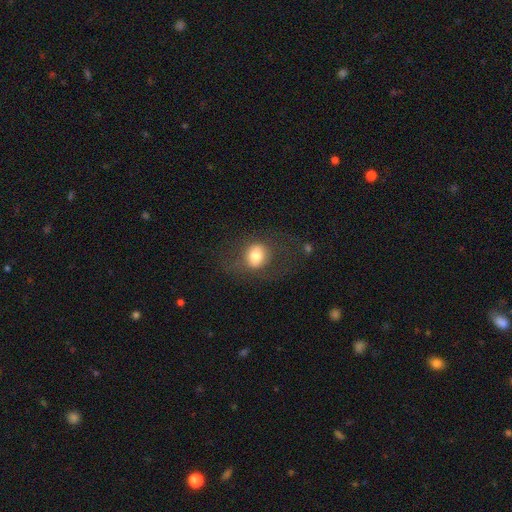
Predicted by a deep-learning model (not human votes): smooth 72%, featured or disk 19%, star or artifact 10%. Down the decision tree: how rounded — round (67%); merging — none (66%).